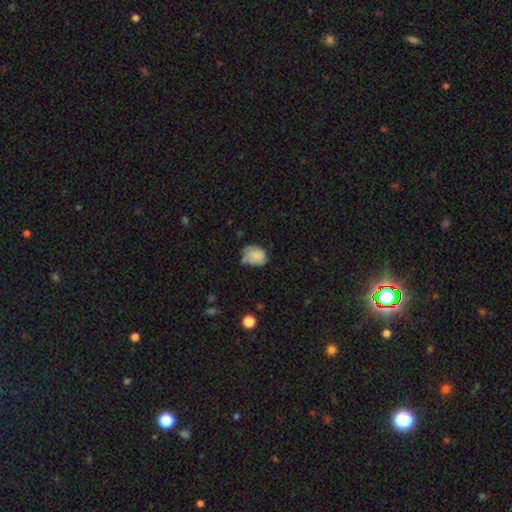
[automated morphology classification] This is likely a smooth galaxy (75%). How rounded: possibly in between (56%). Merging: marginally none (41%).